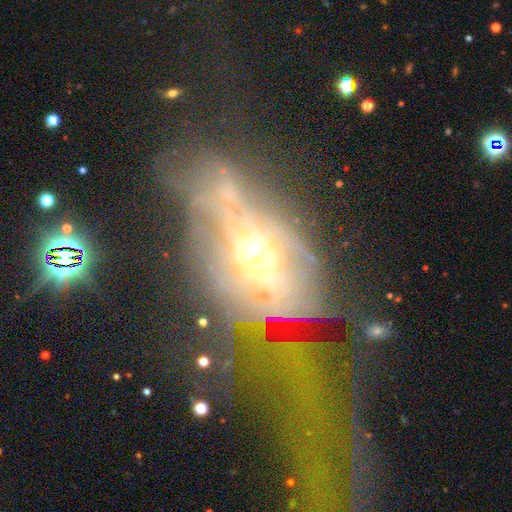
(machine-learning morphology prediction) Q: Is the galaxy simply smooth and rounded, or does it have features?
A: featured or disk — 73%.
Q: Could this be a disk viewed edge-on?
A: no — 85%.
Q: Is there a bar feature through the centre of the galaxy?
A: no — 62%.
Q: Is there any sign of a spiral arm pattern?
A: no — 51%.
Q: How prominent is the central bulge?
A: moderate — 62%.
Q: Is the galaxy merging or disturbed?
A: major disturbance — 49%.